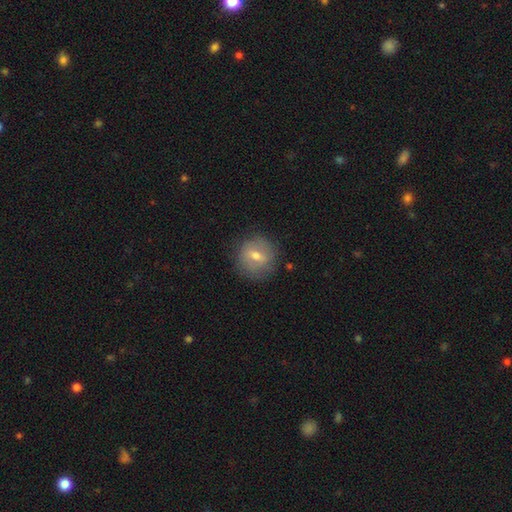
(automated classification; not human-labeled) smooth_or_featured: smooth (p=0.52) [alt: featured or disk p=0.38]
how_rounded: round (p=0.85) [alt: in between p=0.13]
merging: none (p=0.84) [alt: minor disturbance p=0.11]